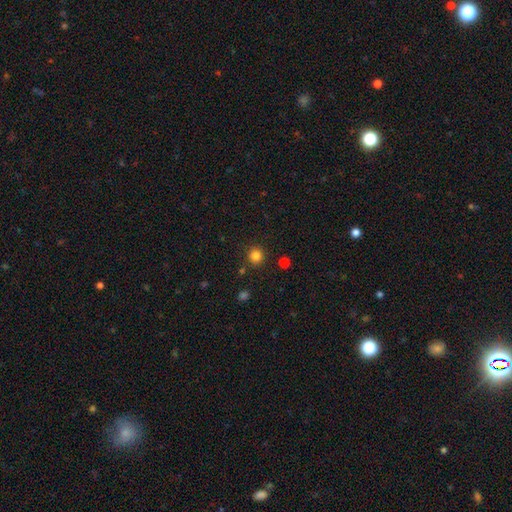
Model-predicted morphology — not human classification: Smooth or featured? smooth (83%)
How rounded? round (92%)
Merging? none (88%)